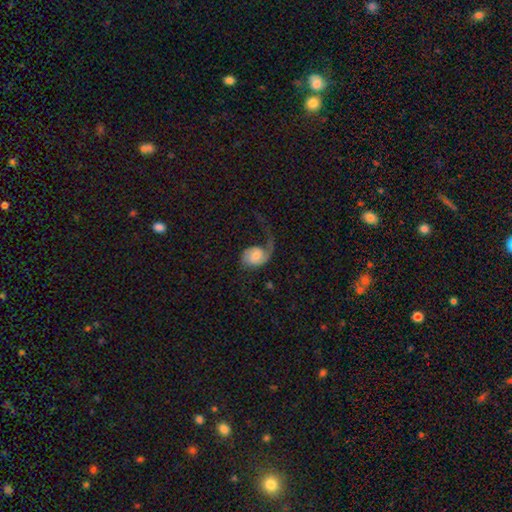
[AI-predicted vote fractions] This is likely a featured or disk galaxy (64%). It is clearly not viewed edge-on (97%). Bar: likely no (70%). Spiral arm pattern: clearly yes (89%). Spiral arm count: likely 1 (71%). Spiral winding: likely loose (66%). Central bulge: marginally moderate (39%). Merging: possibly major disturbance (52%).